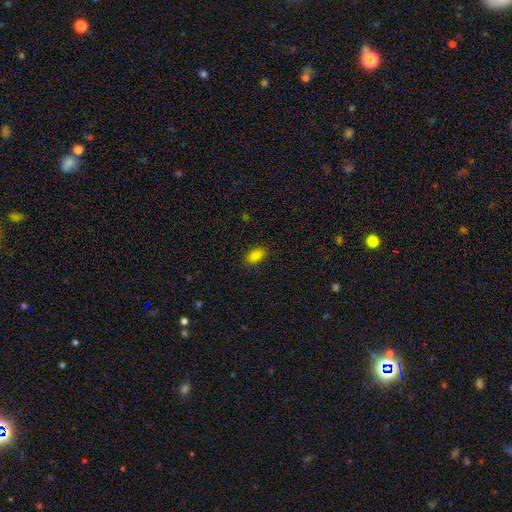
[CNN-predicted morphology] smooth-or-featured: smooth: 86% | star or artifact: 10% | featured or disk: 4%
  how-rounded: in between: 92% | round: 5% | cigar-shaped: 3%
  merging: none: 86% | minor disturbance: 11% | major disturbance: 3% | merger: 1%